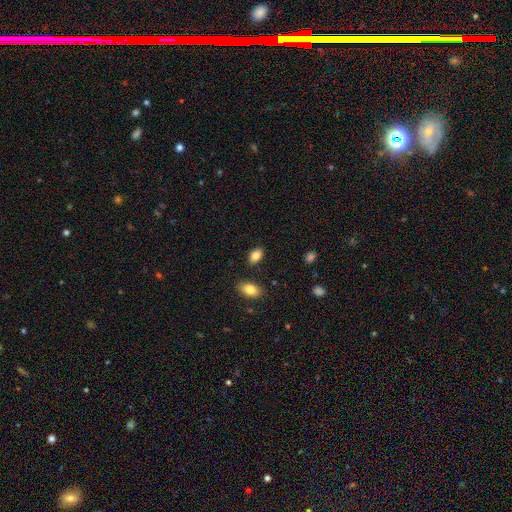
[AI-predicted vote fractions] A smooth galaxy with no disk features (84%) that is in between round and cigar-shaped (88%). Merging: none (84%).